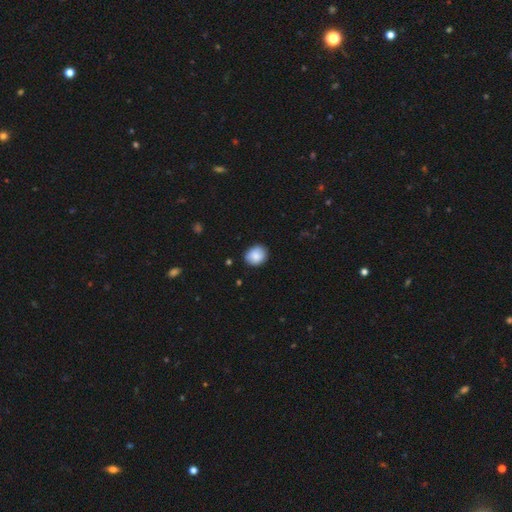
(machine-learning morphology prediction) Smooth or featured? smooth (86%)
How rounded? round (66%)
Merging? none (83%)